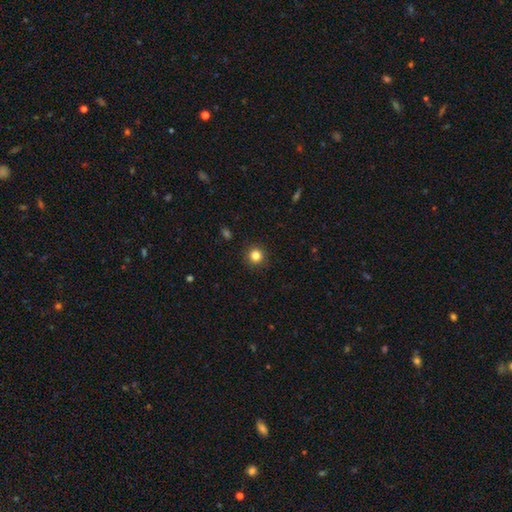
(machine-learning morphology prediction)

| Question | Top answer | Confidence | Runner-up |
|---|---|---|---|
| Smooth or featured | smooth | 83% | star or artifact (12%) |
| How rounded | round | 94% | in between (5%) |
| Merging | none | 92% | minor disturbance (6%) |